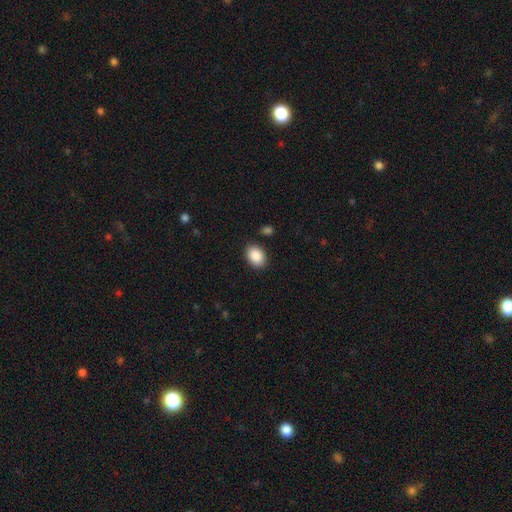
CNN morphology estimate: Smooth or featured? smooth (89%)
How rounded? in between (73%)
Merging? none (86%)